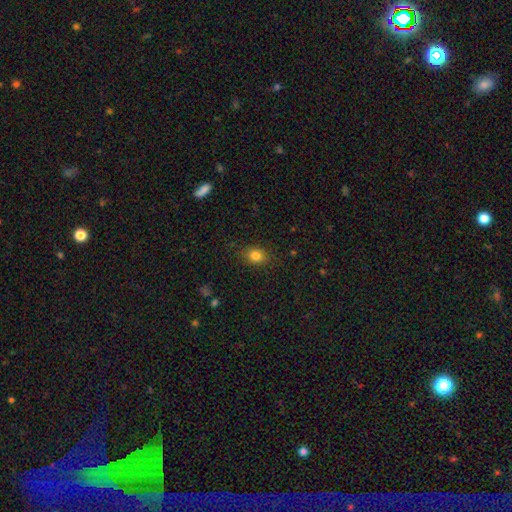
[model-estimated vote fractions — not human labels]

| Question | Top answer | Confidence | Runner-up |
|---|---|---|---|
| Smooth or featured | smooth | 83% | star or artifact (11%) |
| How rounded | in between | 54% | round (44%) |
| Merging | none | 85% | minor disturbance (10%) |